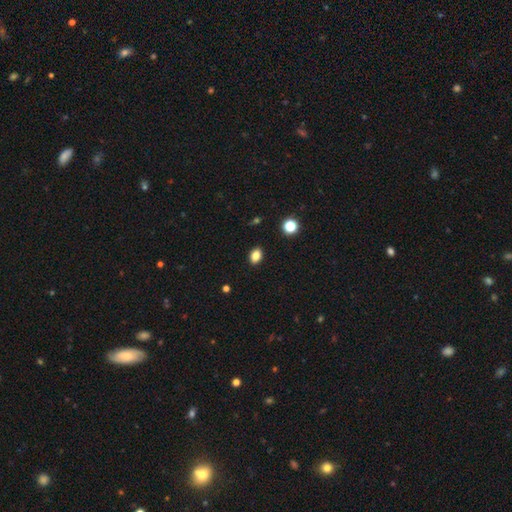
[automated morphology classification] Smooth or featured? smooth (84%)
How rounded? in between (77%)
Merging? none (90%)